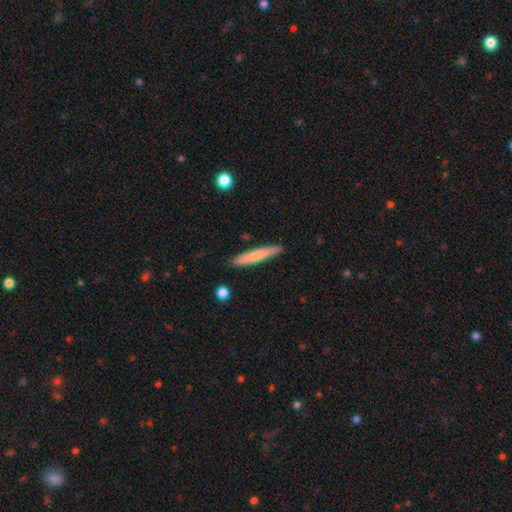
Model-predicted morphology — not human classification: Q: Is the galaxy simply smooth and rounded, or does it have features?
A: smooth — 69%.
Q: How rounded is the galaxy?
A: cigar-shaped — 94%.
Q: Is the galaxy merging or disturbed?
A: none — 89%.